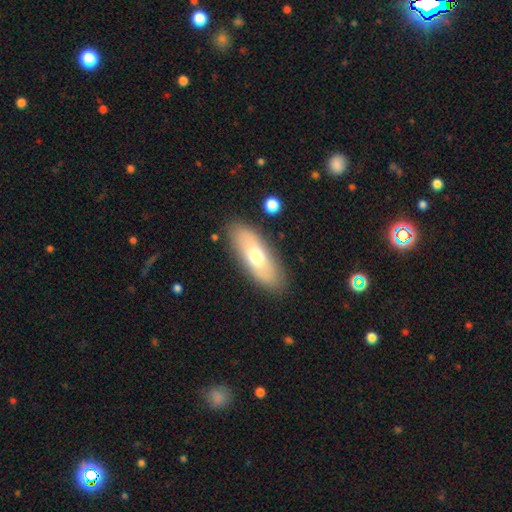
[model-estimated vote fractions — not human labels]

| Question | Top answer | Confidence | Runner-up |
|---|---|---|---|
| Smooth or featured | smooth | 64% | featured or disk (30%) |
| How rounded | in between | 73% | cigar-shaped (24%) |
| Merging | none | 86% | minor disturbance (10%) |